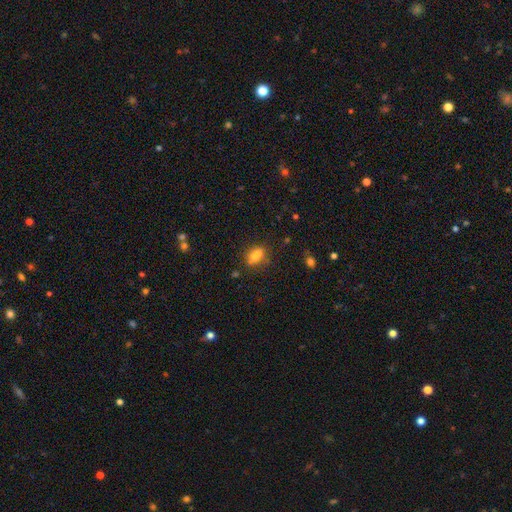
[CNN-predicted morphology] smooth 69%, featured or disk 18%, star or artifact 13%. Down the decision tree: how rounded — in between (64%); merging — none (46%).